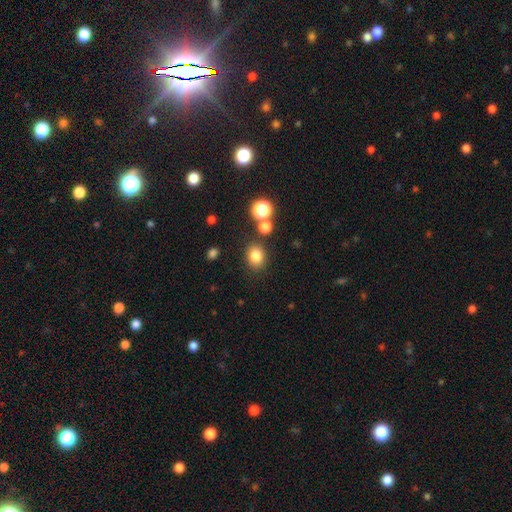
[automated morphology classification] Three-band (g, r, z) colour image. It shows a smooth galaxy with no disk features (80%) that is round (59%). Merging: none (81%).